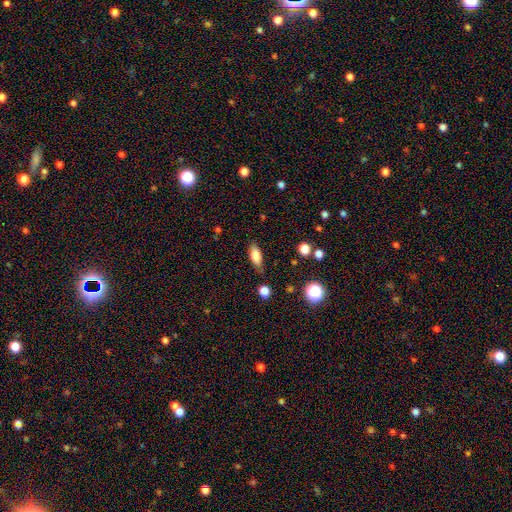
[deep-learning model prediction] A smooth galaxy with no disk features (81%) that is in between round and cigar-shaped (80%). Merging: none (76%).